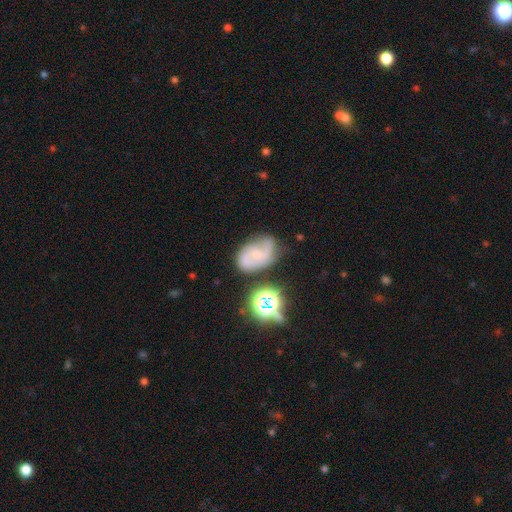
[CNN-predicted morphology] A featured or disk galaxy (63%) with no bar (59%), 2 (66%) medium (46%) spiral arms (89%) and no central bulge (44%).

Vote fractions:
- Smooth or featured? featured or disk: 63% / smooth: 23% / star or artifact: 14%
- Edge-on disk? no: 97% / yes: 3%
- Bar? no: 59% / weak: 34% / strong: 7%
- Spiral arms? yes: 89% / no: 11%
- Spiral winding? medium: 46% / loose: 30% / tight: 24%
- Spiral arm count? 2: 66% / can't tell: 15% / 3: 8% / 1: 7% / 4: 2% / more than 4: 2%
- Bulge size? none: 44% / small: 38% / moderate: 14% / large: 3% / dominant: 2%
- Merging? none: 55% / minor disturbance: 25% / major disturbance: 13% / merger: 7%